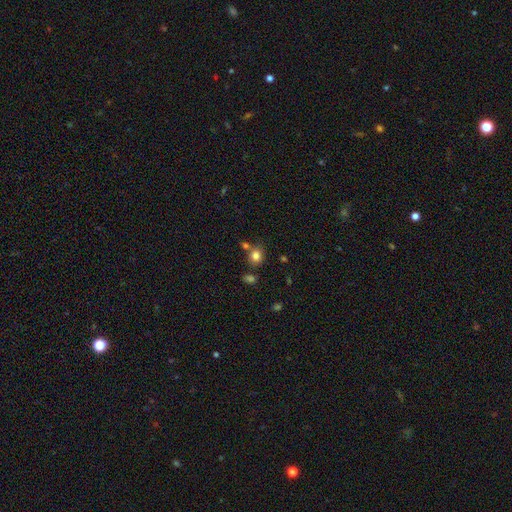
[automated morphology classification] type=smooth (81%); roundness=round (70%); merging=none (69%).